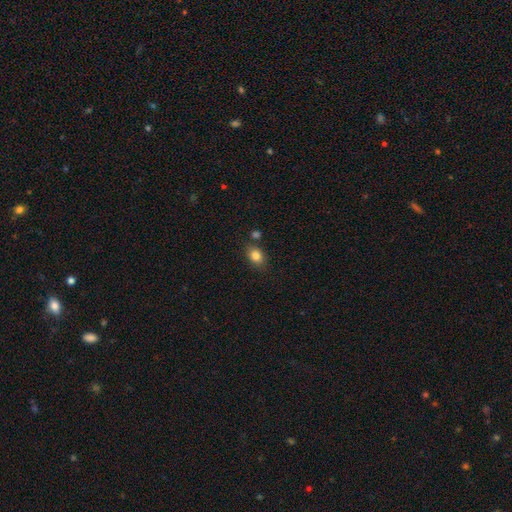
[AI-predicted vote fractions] Smooth or featured? smooth (83%)
How rounded? in between (63%)
Merging? none (76%)